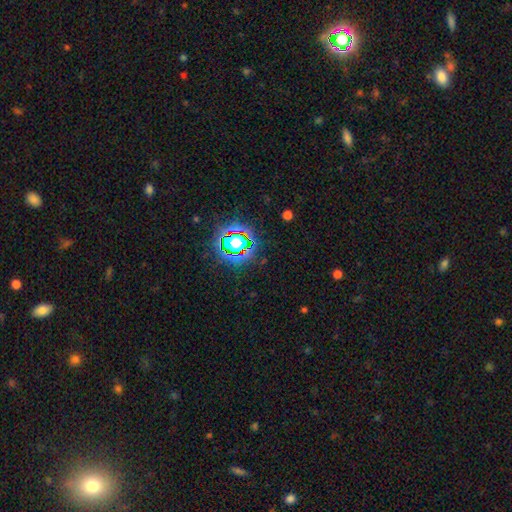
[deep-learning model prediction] Smooth or featured?
  - star or artifact: 78% *
  - smooth: 13%
  - featured or disk: 9%